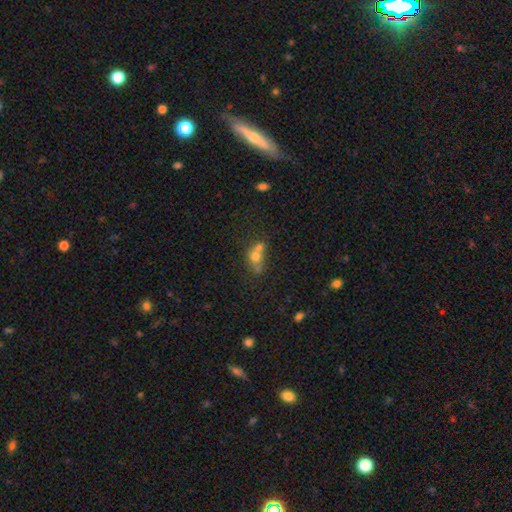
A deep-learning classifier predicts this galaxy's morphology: A smooth galaxy with no disk features (65%) that is round (63%).

Vote fractions:
- Smooth or featured? smooth: 65% / featured or disk: 20% / star or artifact: 16%
- How rounded? round: 63% / in between: 35% / cigar-shaped: 3%
- Merging? merger: 56% / none: 30% / minor disturbance: 9% / major disturbance: 5%